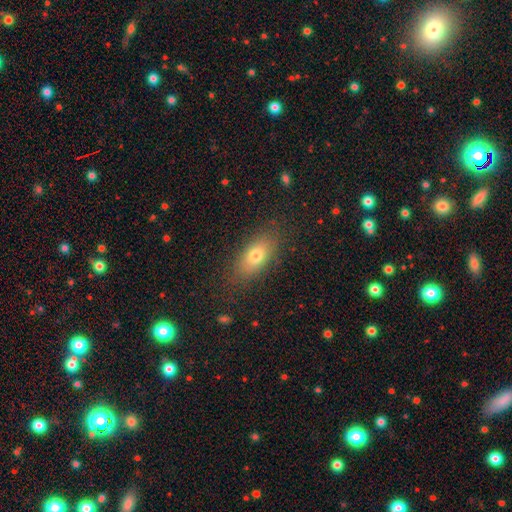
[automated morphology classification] Overall: smooth (74%). How rounded: in between (82%). Merging: none (84%).